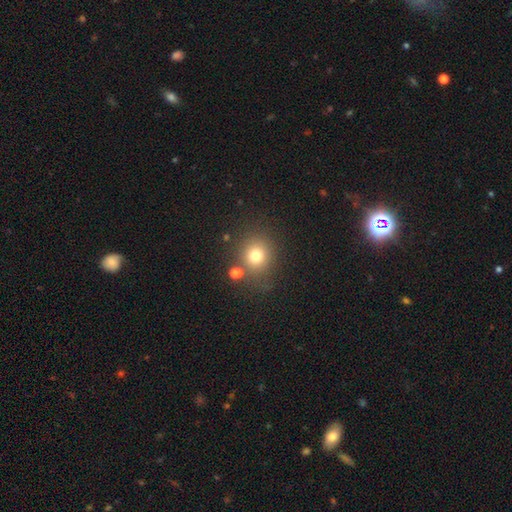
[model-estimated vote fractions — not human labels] This appears to be a smooth galaxy with no disk features (75%) that is round (84%). Merging: none (74%).